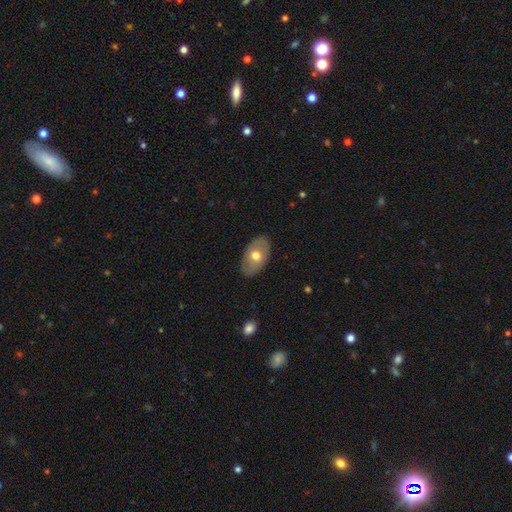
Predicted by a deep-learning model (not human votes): This is possibly a smooth galaxy (57%). How rounded: clearly in between (89%). Merging: clearly none (84%).